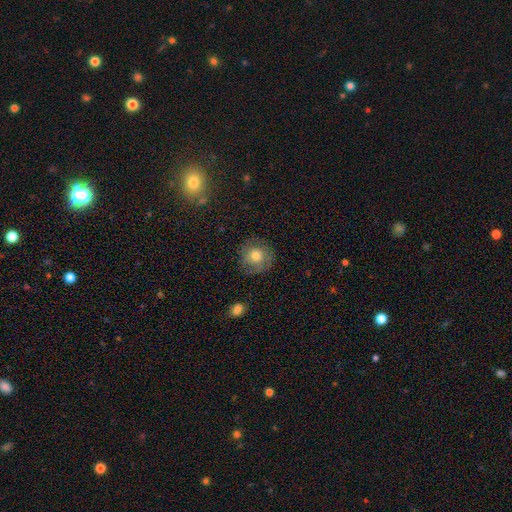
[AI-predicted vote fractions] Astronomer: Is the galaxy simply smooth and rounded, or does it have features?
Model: smooth — 62%.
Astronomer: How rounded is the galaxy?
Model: round — 91%.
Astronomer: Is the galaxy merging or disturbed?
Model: none — 79%.